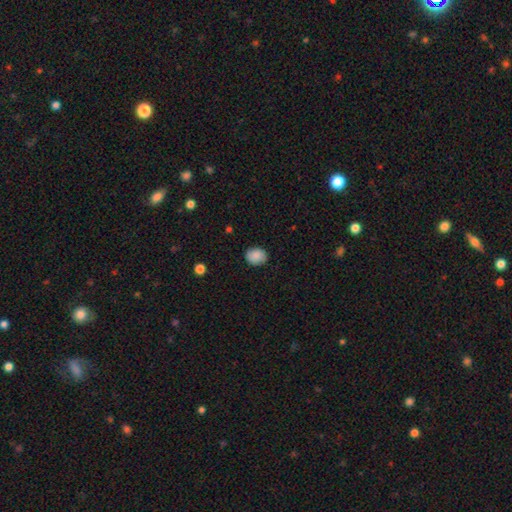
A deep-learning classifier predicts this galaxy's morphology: A smooth galaxy with no disk features (88%) that is round (54%). Merging: none (86%).